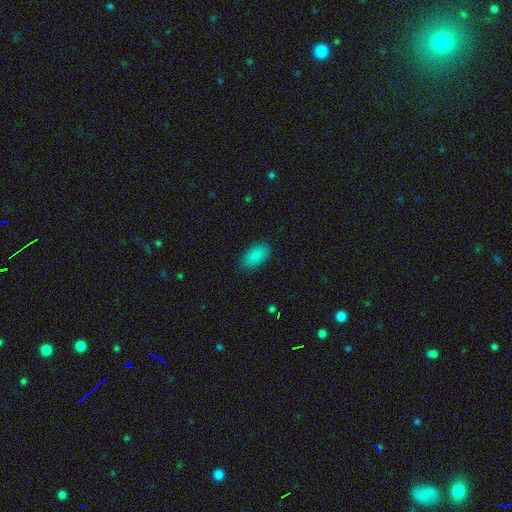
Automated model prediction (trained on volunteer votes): Smooth or featured: smooth — 87% (star or artifact — 8%)
How rounded: in between — 93% (round — 4%)
Merging: none — 84% (minor disturbance — 12%)